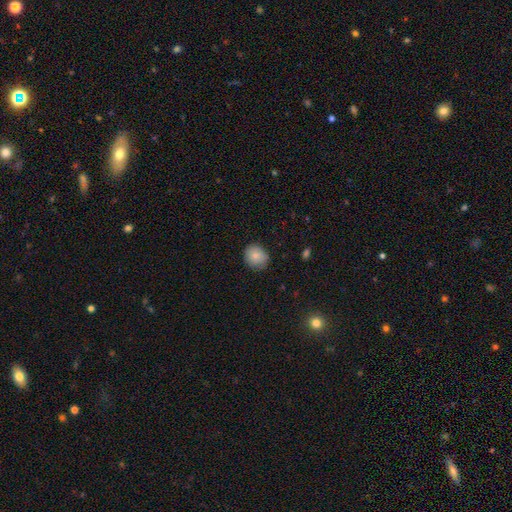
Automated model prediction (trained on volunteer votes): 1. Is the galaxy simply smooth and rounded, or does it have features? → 84% smooth, 8% featured or disk, 8% star or artifact.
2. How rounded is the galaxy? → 77% round, 22% in between, 1% cigar-shaped.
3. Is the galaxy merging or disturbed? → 83% none, 14% minor disturbance, 3% major disturbance, 1% merger.